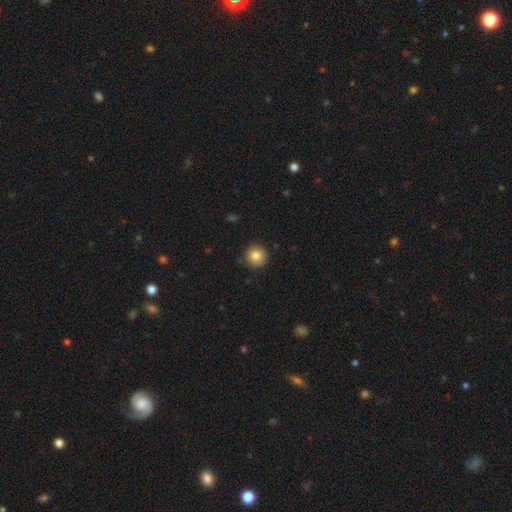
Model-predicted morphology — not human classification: smooth_or_featured: smooth (p=0.82) [alt: star or artifact p=0.10]
how_rounded: round (p=0.95) [alt: in between p=0.04]
merging: none (p=0.88) [alt: minor disturbance p=0.09]